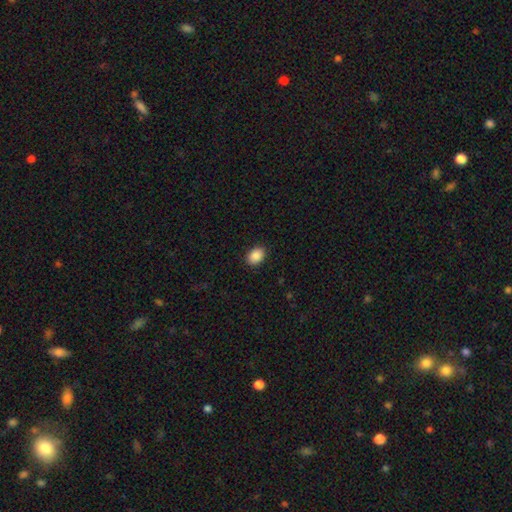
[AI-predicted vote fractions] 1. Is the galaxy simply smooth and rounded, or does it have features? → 89% smooth, 8% star or artifact, 3% featured or disk.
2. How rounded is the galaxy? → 72% in between, 27% round, 1% cigar-shaped.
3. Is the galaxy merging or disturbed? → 90% none, 7% minor disturbance, 2% major disturbance, 1% merger.